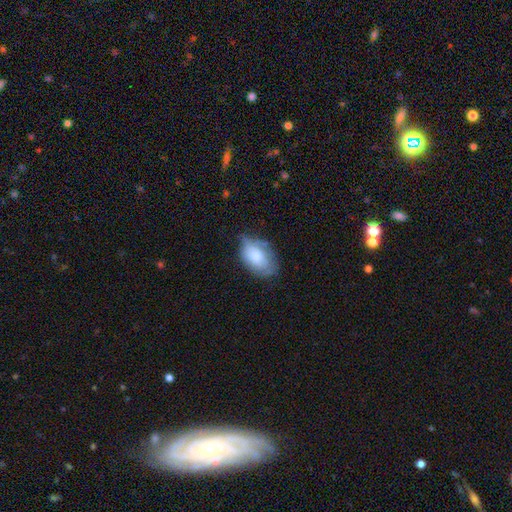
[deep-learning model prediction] Q: Smooth or featured?
A: smooth (77%); runner-up: featured or disk (16%)
Q: How rounded?
A: in between (92%); runner-up: round (6%)
Q: Merging?
A: none (50%); runner-up: minor disturbance (37%)